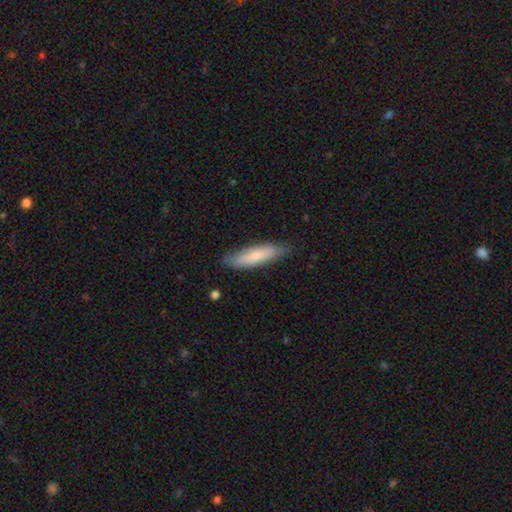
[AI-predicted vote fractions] smooth_or_featured: smooth (p=0.69) [alt: featured or disk p=0.25]
how_rounded: cigar-shaped (p=0.71) [alt: in between p=0.28]
merging: none (p=0.80) [alt: minor disturbance p=0.16]